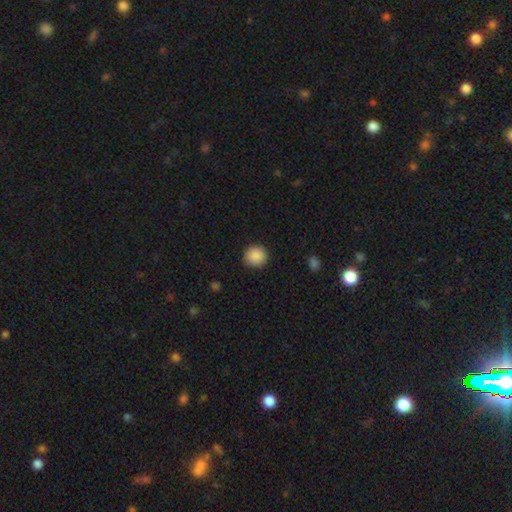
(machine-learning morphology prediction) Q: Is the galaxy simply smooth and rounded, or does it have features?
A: smooth — 88%.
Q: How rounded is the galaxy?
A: round — 91%.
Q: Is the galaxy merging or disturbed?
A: none — 91%.